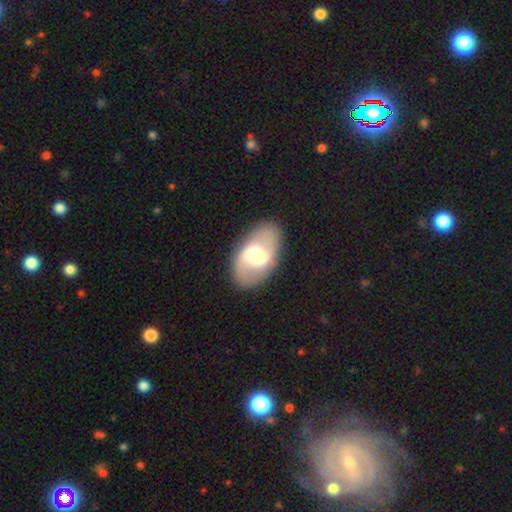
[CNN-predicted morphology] Smooth or featured: featured or disk — 60% (smooth — 34%)
Edge-on disk: no — 94% (yes — 6%)
Bar: weak — 48% (strong — 34%)
Spiral arms: yes — 72% (no — 28%)
Bulge size: moderate — 50% (large — 24%)
Merging: none — 83% (minor disturbance — 11%)